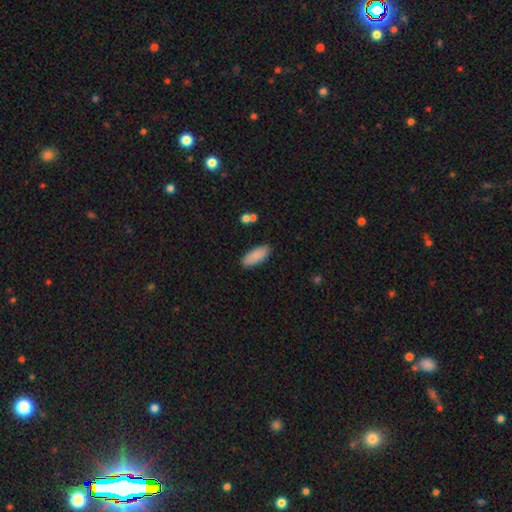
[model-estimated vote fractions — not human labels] Smooth or featured?
  - smooth: 88% *
  - star or artifact: 6%
  - featured or disk: 5%
How rounded?
  - in between: 79% *
  - cigar-shaped: 19%
  - round: 2%
Merging?
  - none: 87% *
  - minor disturbance: 9%
  - major disturbance: 2%
  - merger: 2%